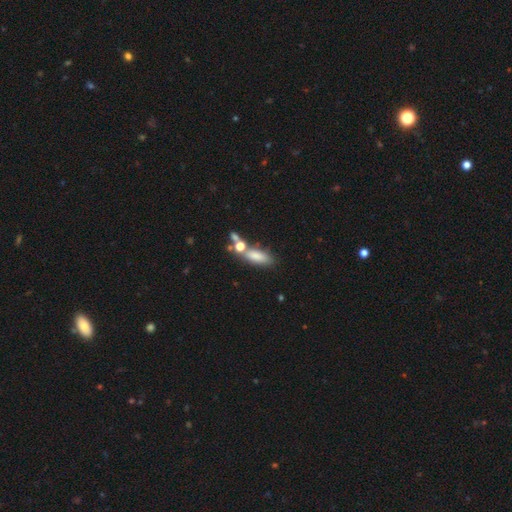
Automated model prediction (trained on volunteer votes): The model was most divided on "how rounded": in between: 60%, cigar-shaped: 34%, round: 6%. More confident: smooth or featured — smooth (74%); merging — none (53%).